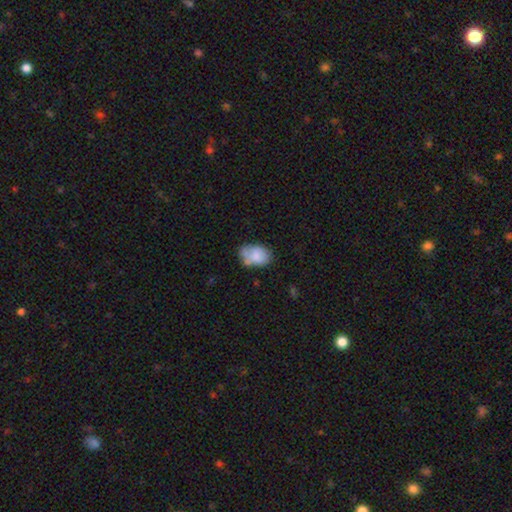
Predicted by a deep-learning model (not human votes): This is likely a smooth galaxy (75%). How rounded: clearly in between (81%). Merging: possibly none (46%).